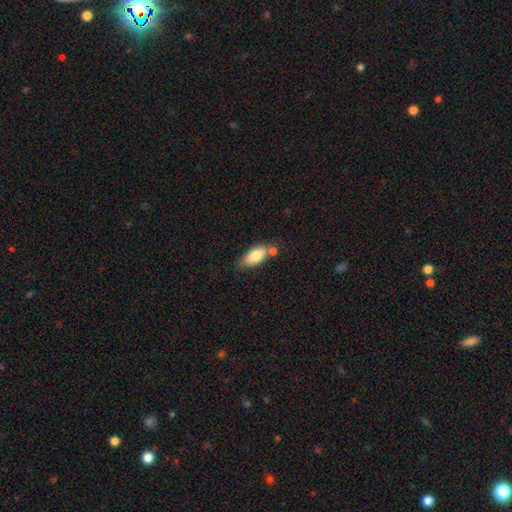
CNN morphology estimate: smooth-or-featured: smooth: 79% | featured or disk: 14% | star or artifact: 7%
  how-rounded: in between: 87% | cigar-shaped: 9% | round: 4%
  merging: none: 56% | merger: 22% | minor disturbance: 18% | major disturbance: 4%